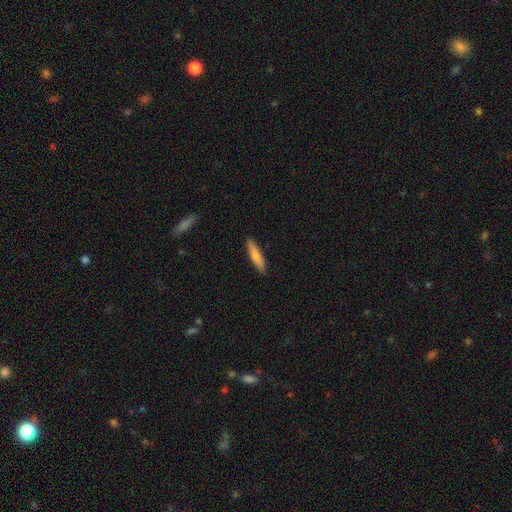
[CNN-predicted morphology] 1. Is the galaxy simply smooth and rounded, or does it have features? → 76% smooth, 19% featured or disk, 6% star or artifact.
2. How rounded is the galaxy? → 83% cigar-shaped, 16% in between, 1% round.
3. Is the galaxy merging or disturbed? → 90% none, 7% minor disturbance, 2% major disturbance, 1% merger.